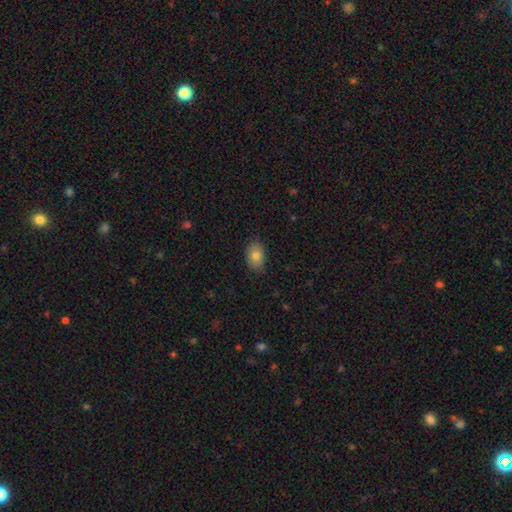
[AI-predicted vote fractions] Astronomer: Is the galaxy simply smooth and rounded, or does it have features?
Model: smooth — 80%.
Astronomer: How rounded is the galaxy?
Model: in between — 81%.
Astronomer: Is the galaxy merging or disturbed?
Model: none — 84%.